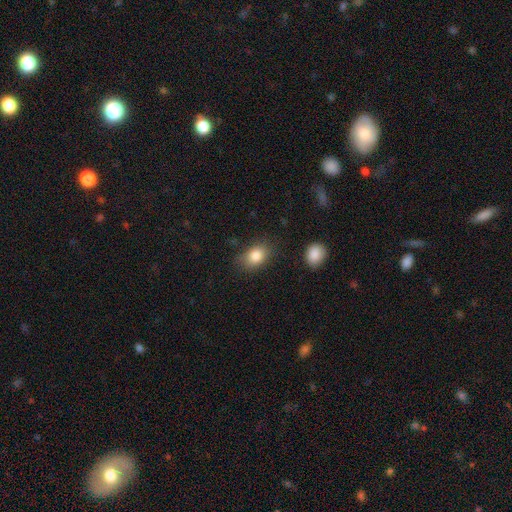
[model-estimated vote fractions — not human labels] Overall: smooth (84%). How rounded: in between (75%). Merging: none (77%).